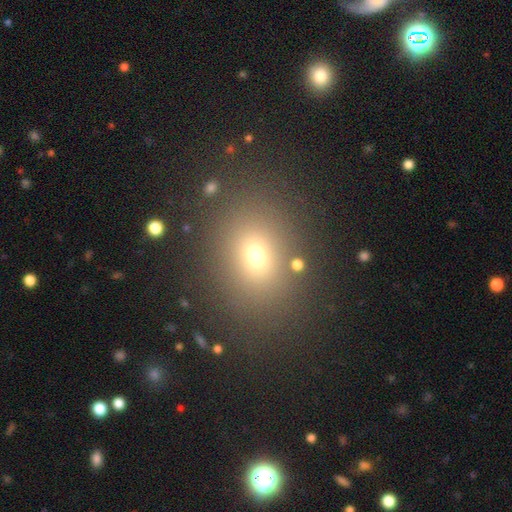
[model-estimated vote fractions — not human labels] Overall: smooth (69%). How rounded: in between (55%; round 44%). Merging: none (81%).